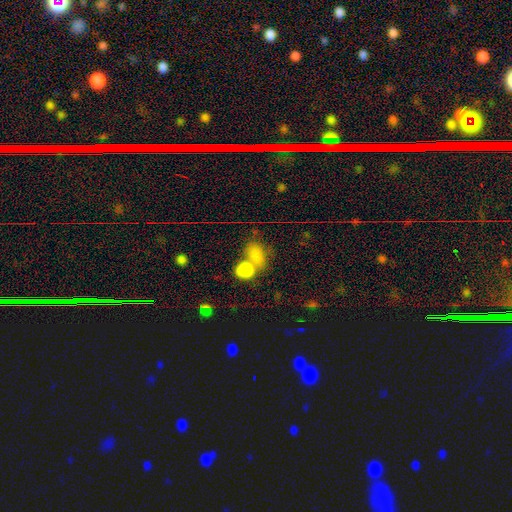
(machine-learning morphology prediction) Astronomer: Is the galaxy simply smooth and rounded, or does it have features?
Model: smooth — 81%.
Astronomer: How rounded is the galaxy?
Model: in between — 64%.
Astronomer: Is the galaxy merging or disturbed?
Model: merger — 48% (runner-up: none, 36%).